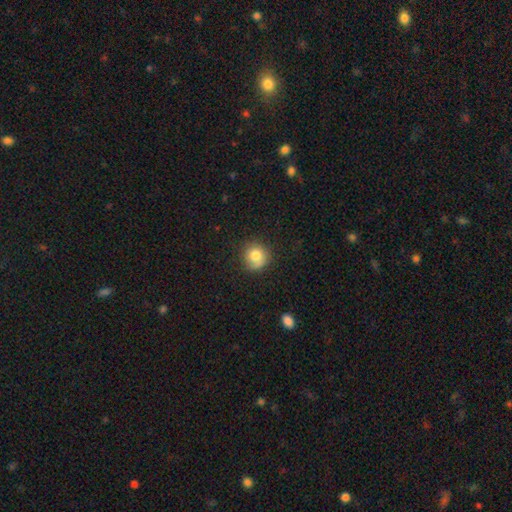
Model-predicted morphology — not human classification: Q: Smooth or featured?
A: smooth (81%); runner-up: star or artifact (10%)
Q: How rounded?
A: round (90%); runner-up: in between (9%)
Q: Merging?
A: none (74%); runner-up: minor disturbance (18%)